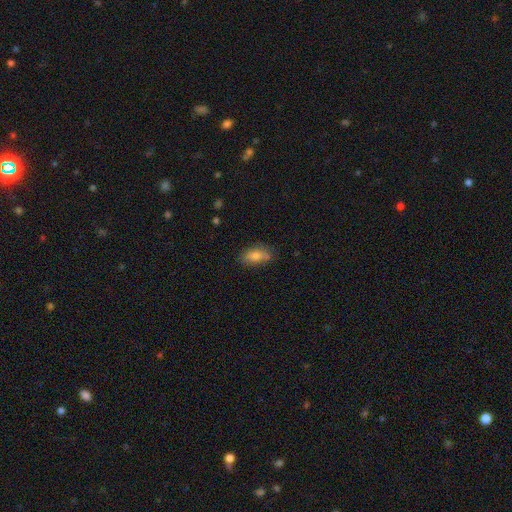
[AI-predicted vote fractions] Smooth or featured? Predicted: smooth (p=0.79). How rounded? Predicted: in between (p=0.88). Merging? Predicted: none (p=0.72).